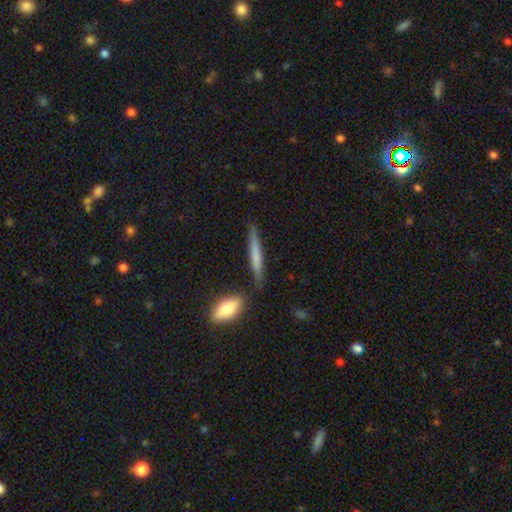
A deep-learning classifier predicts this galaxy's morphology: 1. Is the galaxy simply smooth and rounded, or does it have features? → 62% smooth, 32% featured or disk, 6% star or artifact.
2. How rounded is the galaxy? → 93% cigar-shaped, 6% in between, 2% round.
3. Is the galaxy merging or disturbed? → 79% none, 13% minor disturbance, 6% merger, 3% major disturbance.